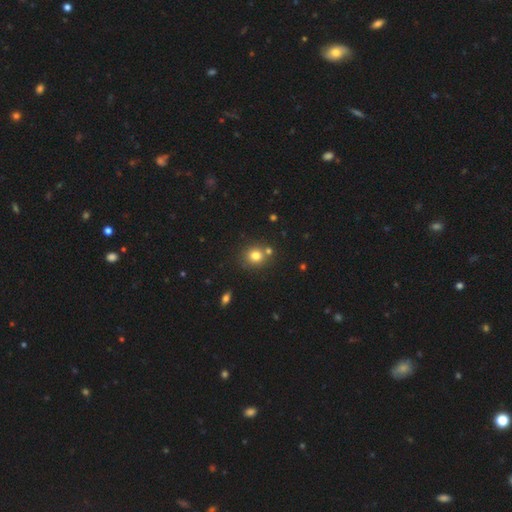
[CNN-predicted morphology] This is likely a smooth galaxy (77%). How rounded: clearly round (83%). Merging: likely none (70%).